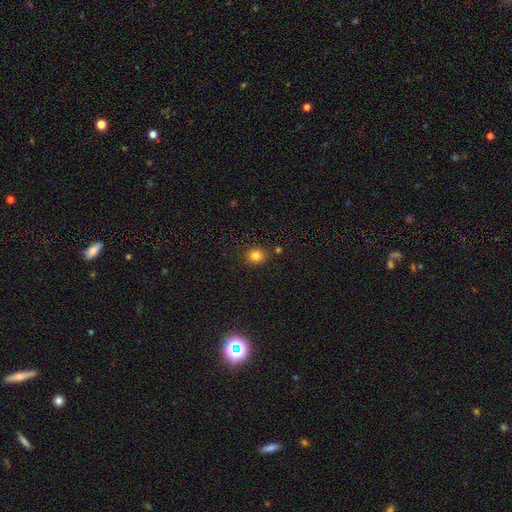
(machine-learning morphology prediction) type=smooth (81%); roundness=round (79%); merging=none (85%).